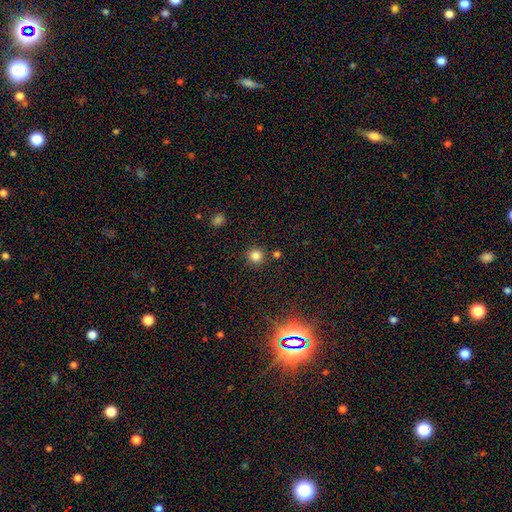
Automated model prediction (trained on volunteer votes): smooth 82%, star or artifact 14%, featured or disk 5%. Down the decision tree: how rounded — round (94%); merging — none (87%).